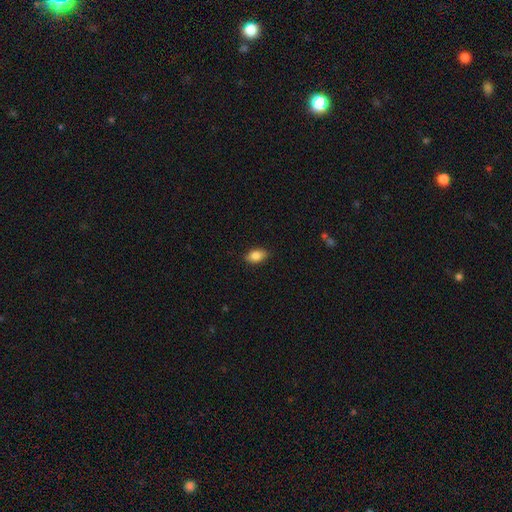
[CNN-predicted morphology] smooth 84%, featured or disk 8%, star or artifact 8%. Down the decision tree: how rounded — in between (89%); merging — none (87%).